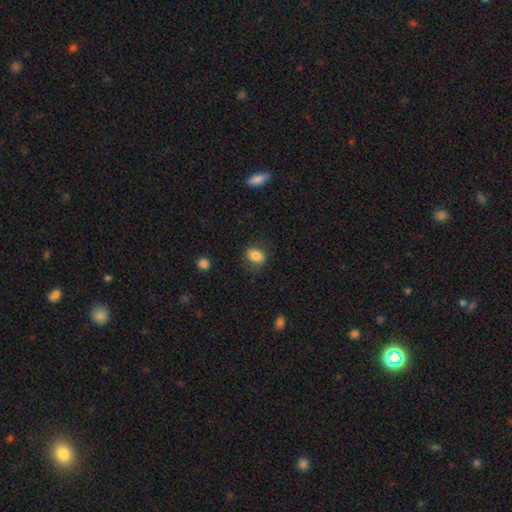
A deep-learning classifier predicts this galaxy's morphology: smooth_or_featured: smooth (p=0.82) [alt: featured or disk p=0.09]
how_rounded: in between (p=0.73) [alt: round p=0.25]
merging: none (p=0.77) [alt: minor disturbance p=0.16]